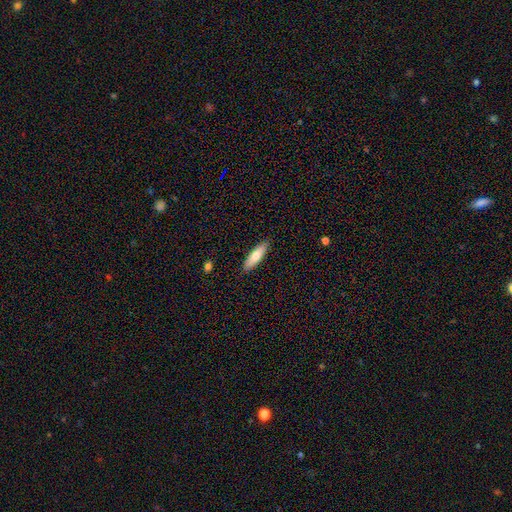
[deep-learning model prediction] Smooth or featured: smooth — 71% (featured or disk — 23%)
How rounded: cigar-shaped — 57% (in between — 41%)
Merging: none — 89% (minor disturbance — 8%)